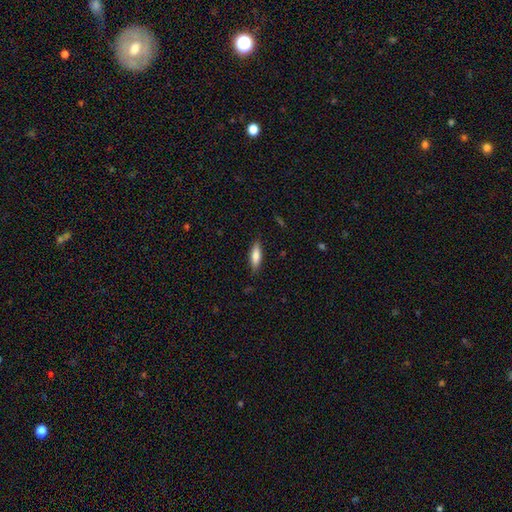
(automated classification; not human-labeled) smooth 78%, featured or disk 16%, star or artifact 6%. Down the decision tree: how rounded — in between (51%); merging — none (85%).